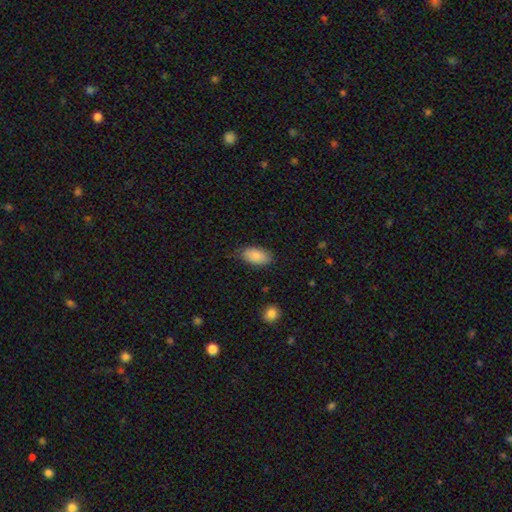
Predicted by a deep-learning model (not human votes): smooth-or-featured: smooth: 87% | featured or disk: 7% | star or artifact: 6%
  how-rounded: in between: 94% | round: 3% | cigar-shaped: 3%
  merging: none: 72% | minor disturbance: 22% | major disturbance: 4% | merger: 1%